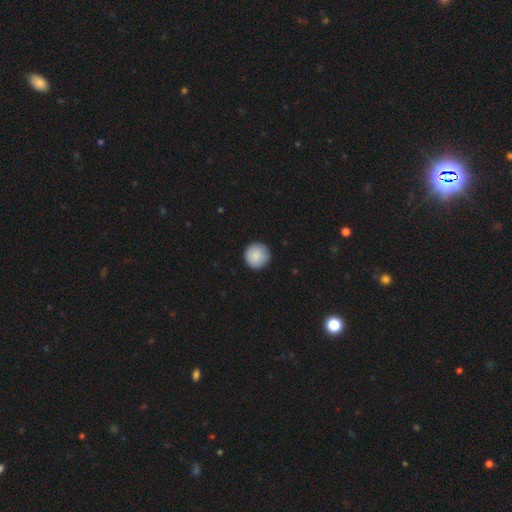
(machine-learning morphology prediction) This appears to be a smooth galaxy with no disk features (89%) that is round (97%). Merging: none (92%).